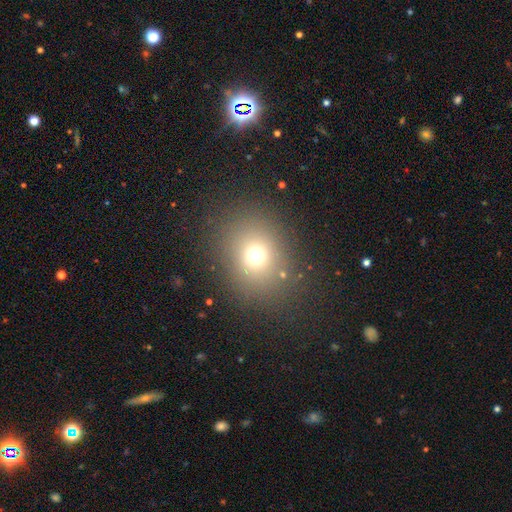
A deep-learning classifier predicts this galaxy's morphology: This is likely a smooth galaxy (70%). How rounded: likely round (64%). Merging: clearly none (83%).